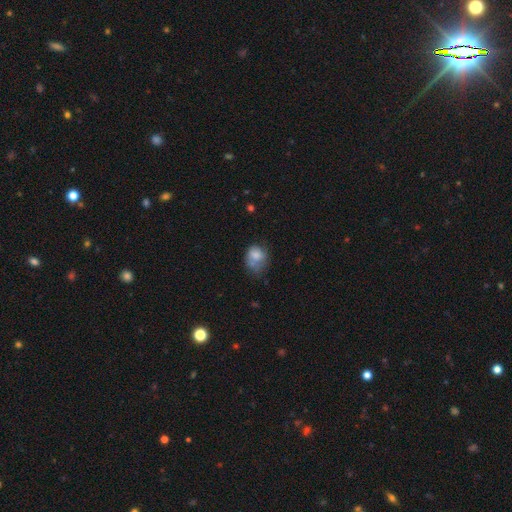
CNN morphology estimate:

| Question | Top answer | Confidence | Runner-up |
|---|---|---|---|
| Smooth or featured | smooth | 72% | featured or disk (19%) |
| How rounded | round | 50% | in between (49%) |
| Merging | none | 34% | minor disturbance (31%) |